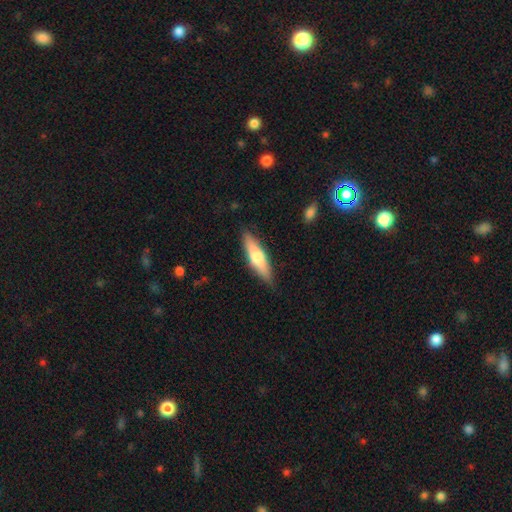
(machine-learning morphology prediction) smooth_or_featured: smooth (p=0.52) [alt: featured or disk p=0.41]
how_rounded: cigar-shaped (p=0.70) [alt: in between p=0.28]
merging: none (p=0.87) [alt: minor disturbance p=0.10]